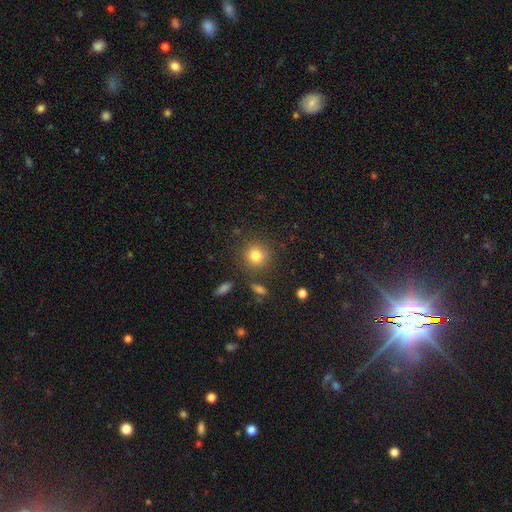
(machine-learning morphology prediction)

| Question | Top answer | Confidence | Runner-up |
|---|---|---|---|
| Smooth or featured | smooth | 80% | star or artifact (12%) |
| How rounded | round | 90% | in between (9%) |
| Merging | none | 84% | minor disturbance (9%) |